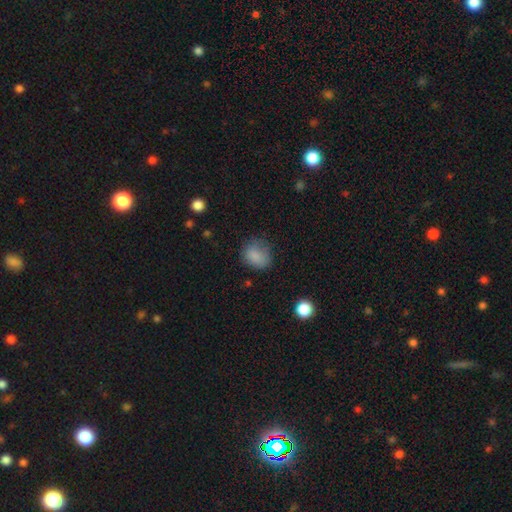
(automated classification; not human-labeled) smooth_or_featured: smooth (p=0.83) [alt: star or artifact p=0.10]
how_rounded: round (p=0.58) [alt: in between p=0.41]
merging: none (p=0.65) [alt: minor disturbance p=0.25]